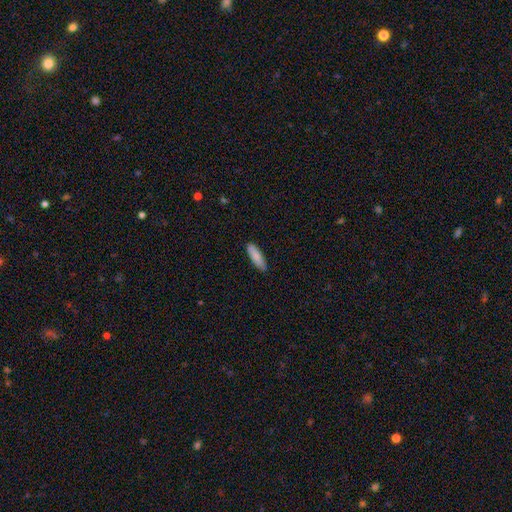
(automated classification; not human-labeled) A smooth galaxy with no disk features (87%) that is cigar-shaped (63%).

Vote fractions:
- Smooth or featured? smooth: 87% / featured or disk: 7% / star or artifact: 5%
- How rounded? cigar-shaped: 63% / in between: 35% / round: 1%
- Merging? none: 89% / minor disturbance: 9% / major disturbance: 2% / merger: 1%